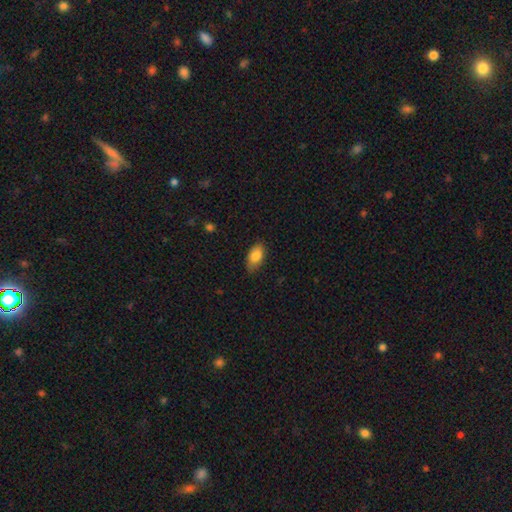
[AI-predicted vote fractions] smooth_or_featured: smooth (p=0.84) [alt: featured or disk p=0.09]
how_rounded: in between (p=0.92) [alt: round p=0.04]
merging: none (p=0.79) [alt: minor disturbance p=0.17]